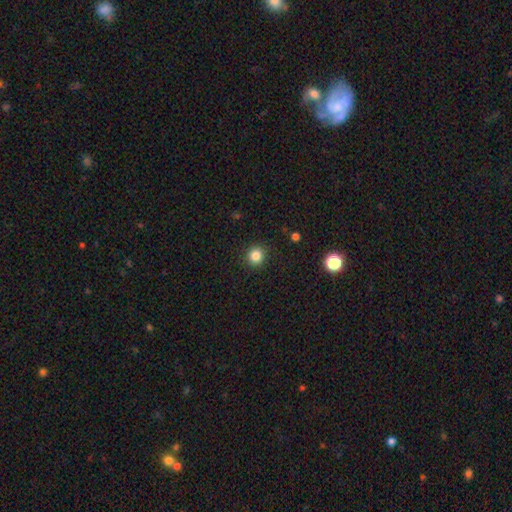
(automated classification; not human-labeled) smooth_or_featured: smooth (p=0.84) [alt: star or artifact p=0.12]
how_rounded: round (p=0.92) [alt: in between p=0.07]
merging: none (p=0.91) [alt: minor disturbance p=0.06]